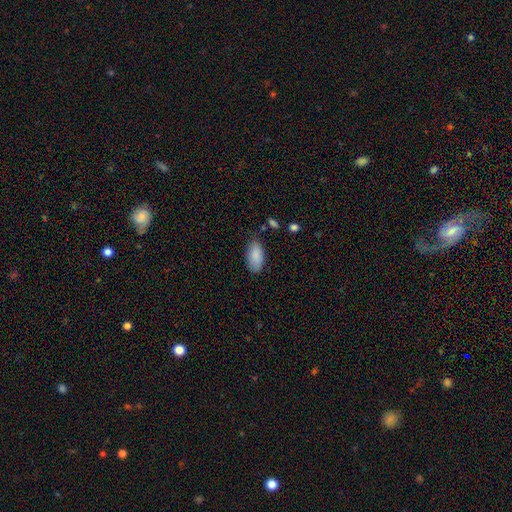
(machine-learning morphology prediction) Smooth or featured?
  - smooth: 88% *
  - star or artifact: 7%
  - featured or disk: 5%
How rounded?
  - in between: 93% *
  - cigar-shaped: 4%
  - round: 2%
Merging?
  - none: 76% *
  - minor disturbance: 18%
  - major disturbance: 4%
  - merger: 2%